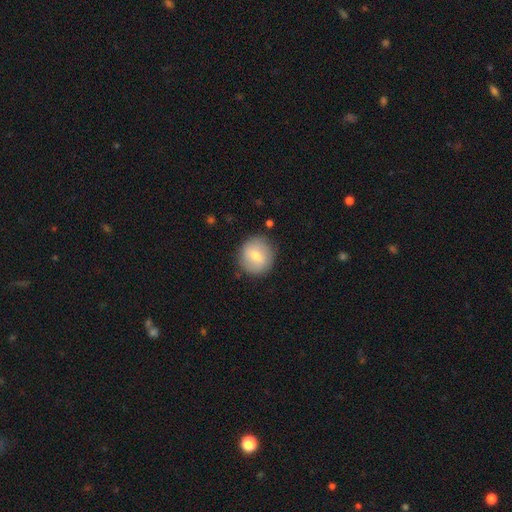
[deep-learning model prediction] smooth 69%, featured or disk 23%, star or artifact 7%. Down the decision tree: how rounded — round (91%); merging — none (85%).